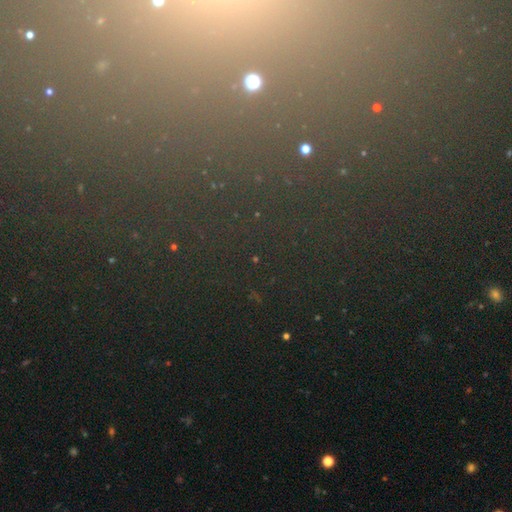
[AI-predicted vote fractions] Smooth or featured: star or artifact — 73% (smooth — 16%)